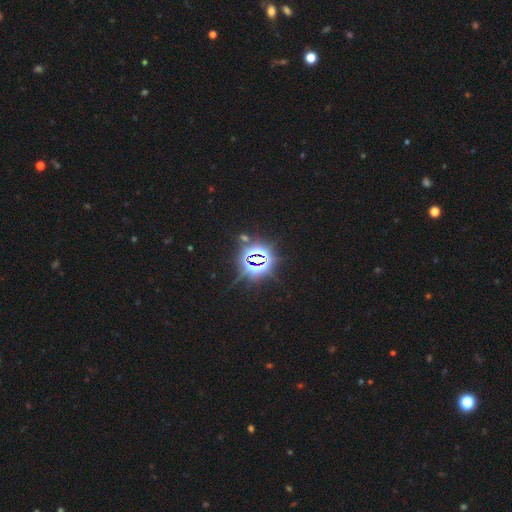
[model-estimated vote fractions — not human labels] Smooth or featured: star or artifact — 84% (smooth — 9%)